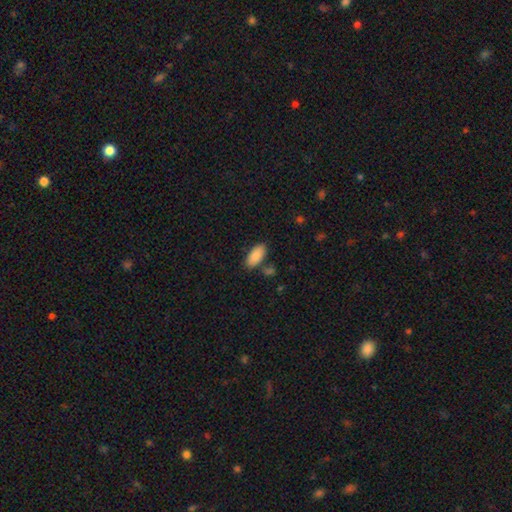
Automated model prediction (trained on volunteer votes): Q: Smooth or featured?
A: smooth (87%); runner-up: featured or disk (7%)
Q: How rounded?
A: in between (91%); runner-up: cigar-shaped (7%)
Q: Merging?
A: none (77%); runner-up: minor disturbance (12%)